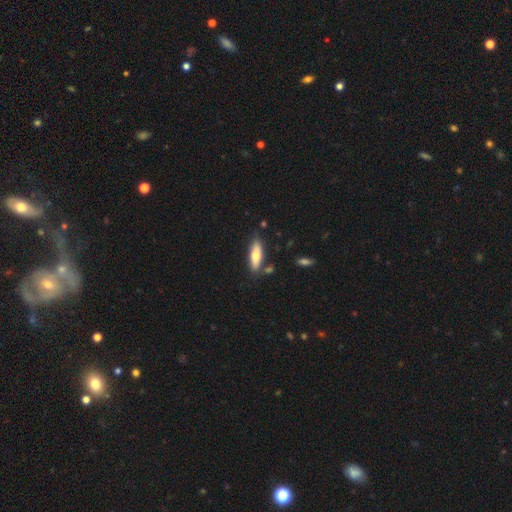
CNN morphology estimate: Smooth or featured? Predicted: smooth (p=0.67). How rounded? Predicted: in between (p=0.51). Merging? Predicted: none (p=0.78).